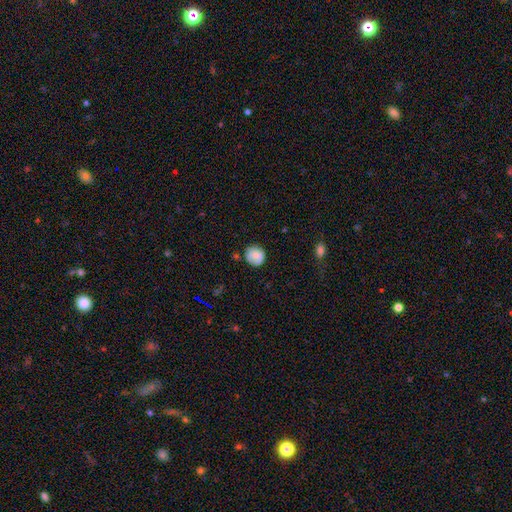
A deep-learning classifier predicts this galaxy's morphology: A smooth galaxy with no disk features (77%) that is round (88%). Merging: none (76%).